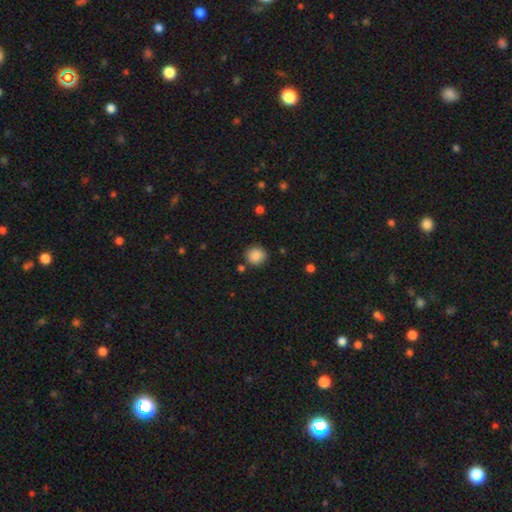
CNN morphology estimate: Smooth or featured?
  - smooth: 87% *
  - star or artifact: 9%
  - featured or disk: 4%
How rounded?
  - round: 89% *
  - in between: 10%
  - cigar-shaped: 1%
Merging?
  - none: 85% *
  - minor disturbance: 9%
  - merger: 3%
  - major disturbance: 3%